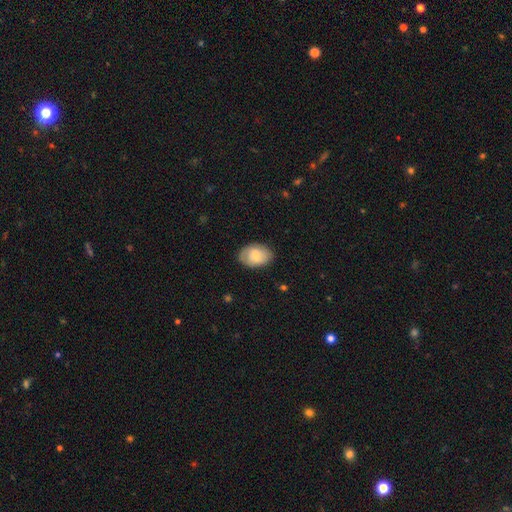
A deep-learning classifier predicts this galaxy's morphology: smooth_or_featured: smooth (p=0.69) [alt: featured or disk p=0.25]
how_rounded: in between (p=0.86) [alt: round p=0.13]
merging: none (p=0.79) [alt: minor disturbance p=0.16]